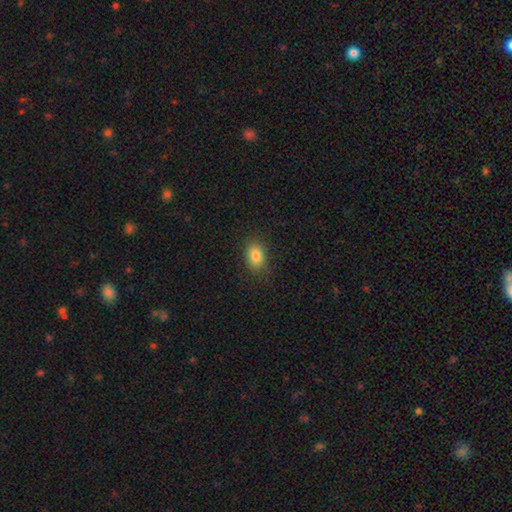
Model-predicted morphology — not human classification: This is clearly a smooth galaxy (84%). How rounded: likely in between (79%). Merging: clearly none (84%).